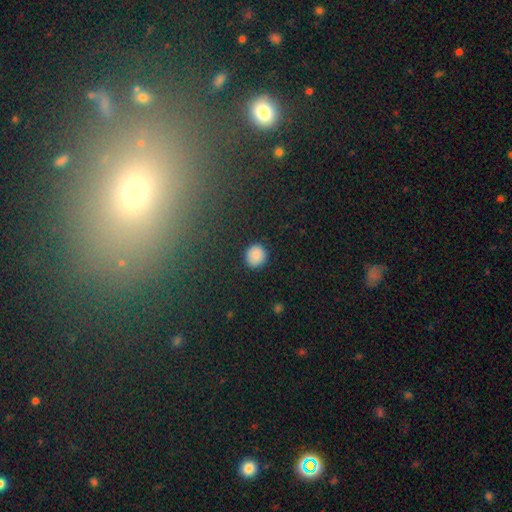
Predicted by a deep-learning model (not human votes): Smooth or featured? smooth (87%)
How rounded? round (89%)
Merging? none (89%)